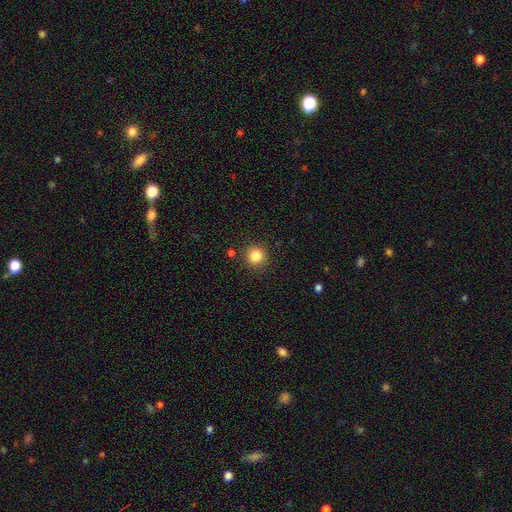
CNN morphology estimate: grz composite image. It shows a smooth galaxy with no disk features (84%) that is round (94%). Merging: none (88%).